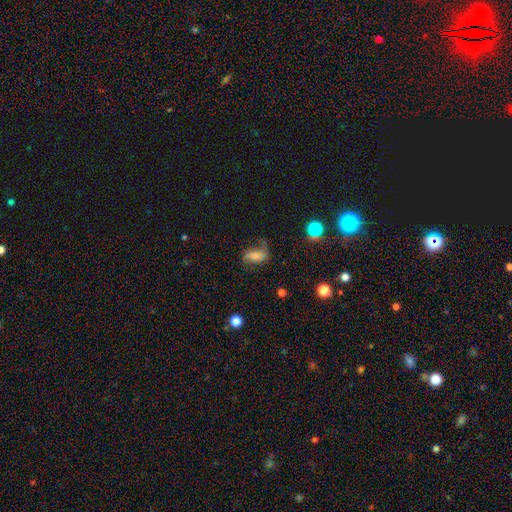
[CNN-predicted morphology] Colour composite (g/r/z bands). It shows a featured or disk galaxy (47%). Merging: none (50%).